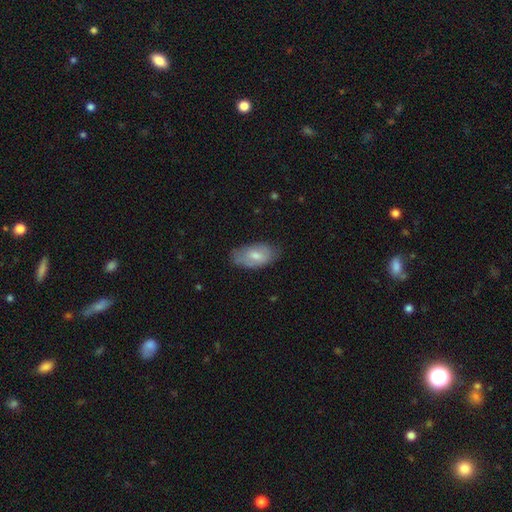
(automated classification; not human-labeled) Morphology: type=smooth (62%); roundness=in between (92%); merging=none (72%).